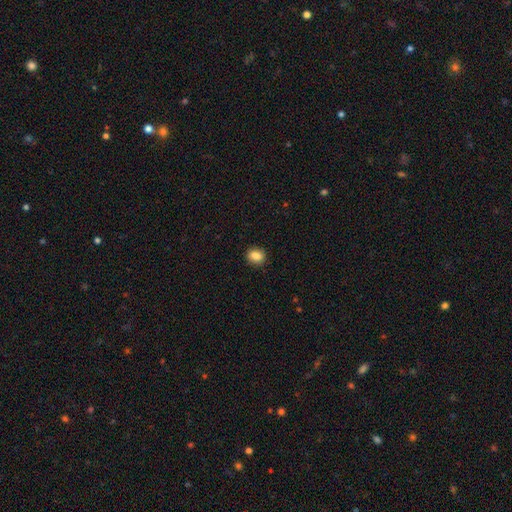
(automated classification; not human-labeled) Smooth or featured? Predicted: smooth (p=0.86). How rounded? Predicted: round (p=0.59). Merging? Predicted: none (p=0.90).